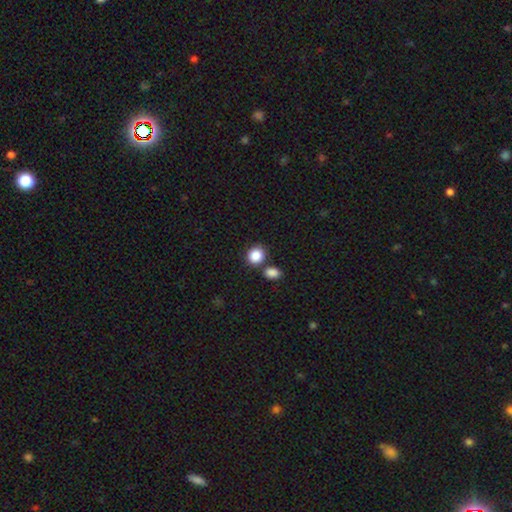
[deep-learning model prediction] This is clearly a smooth galaxy (87%). How rounded: likely round (73%). Merging: likely none (65%).